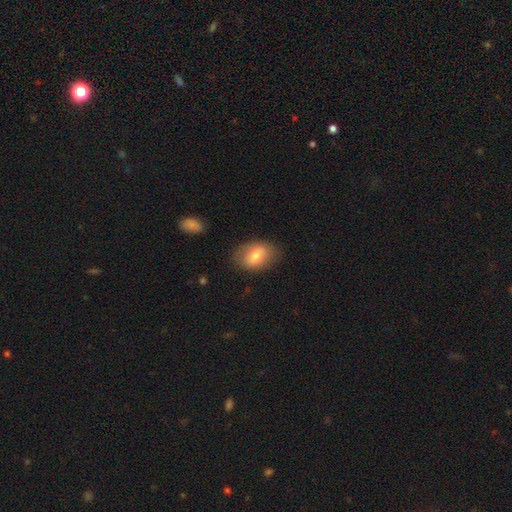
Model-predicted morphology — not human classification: Smooth or featured? smooth (66%)
How rounded? in between (80%)
Merging? none (79%)